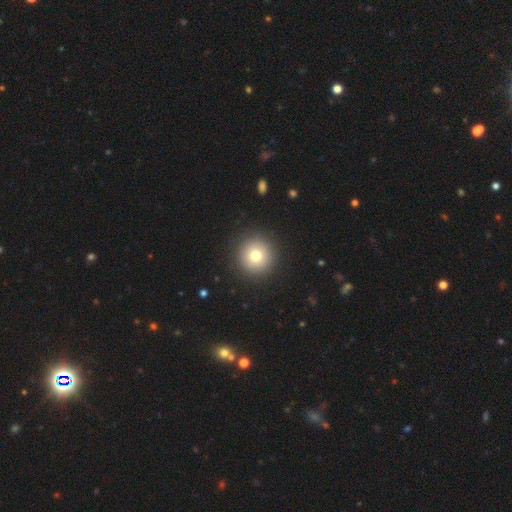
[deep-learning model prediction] The model was most divided on "smooth or featured": smooth: 77%, star or artifact: 12%, featured or disk: 12%. More confident: how rounded — round (96%); merging — none (92%).